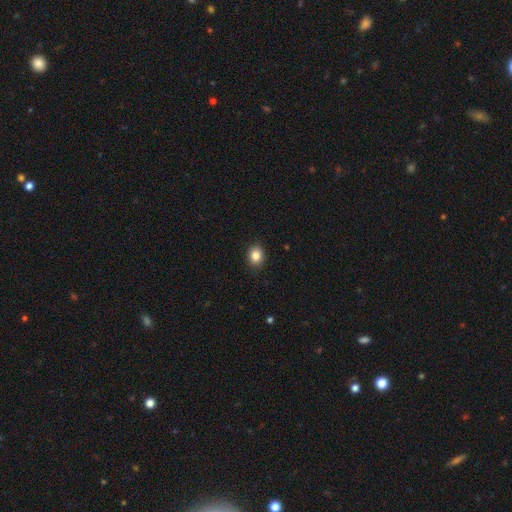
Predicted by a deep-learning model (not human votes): This is clearly a smooth galaxy (85%). How rounded: possibly round (56%). Merging: clearly none (90%).